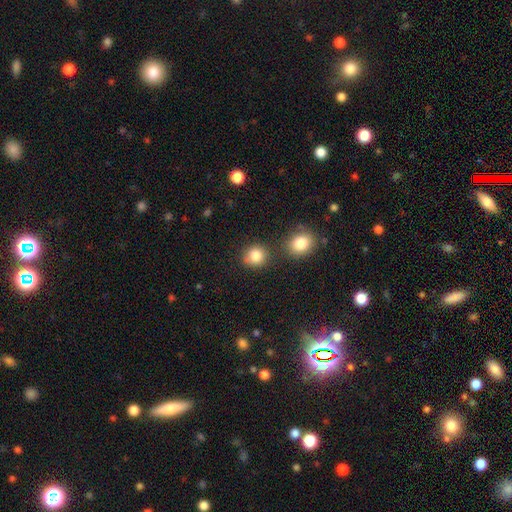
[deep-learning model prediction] smooth_or_featured: smooth (p=0.84) [alt: star or artifact p=0.10]
how_rounded: round (p=0.81) [alt: in between p=0.18]
merging: none (p=0.73) [alt: merger p=0.13]